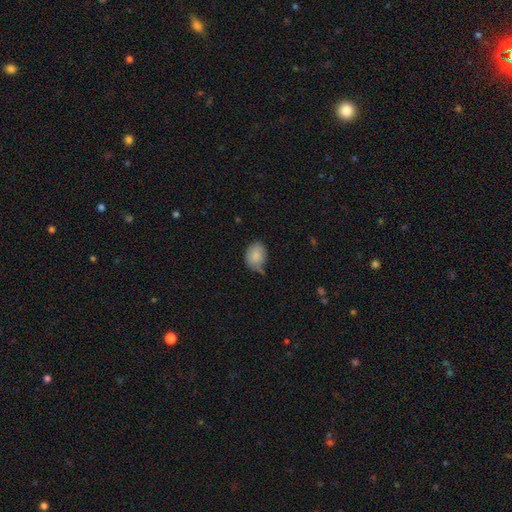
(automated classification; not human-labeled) smooth_or_featured: smooth (p=0.84) [alt: featured or disk p=0.08]
how_rounded: in between (p=0.61) [alt: round p=0.38]
merging: none (p=0.53) [alt: minor disturbance p=0.34]